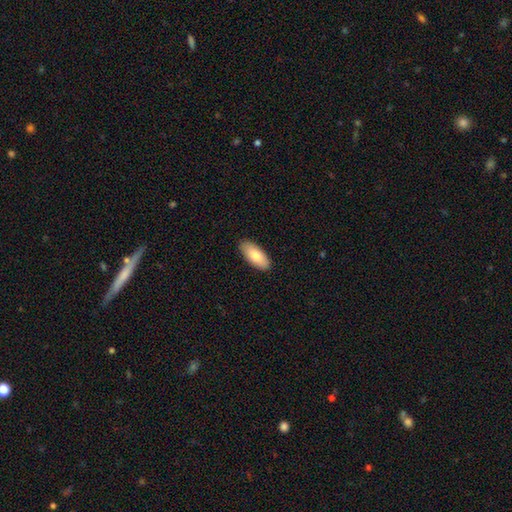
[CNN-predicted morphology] Smooth or featured: smooth — 80% (featured or disk — 14%)
How rounded: in between — 88% (cigar-shaped — 10%)
Merging: none — 90% (minor disturbance — 8%)